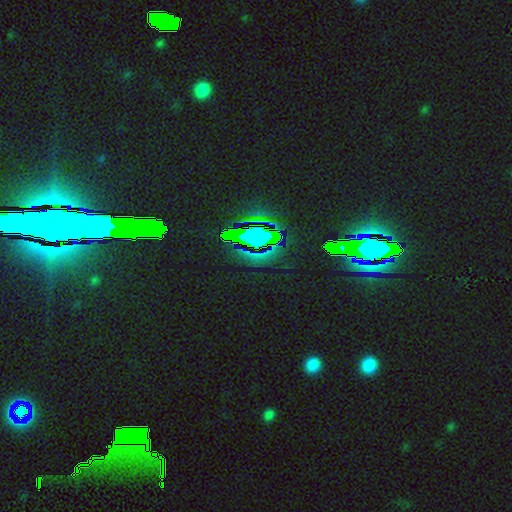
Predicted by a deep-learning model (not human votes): A star or artifact, not a galaxy (83%).

Vote fractions:
- Smooth or featured? star or artifact: 83% / featured or disk: 9% / smooth: 7%